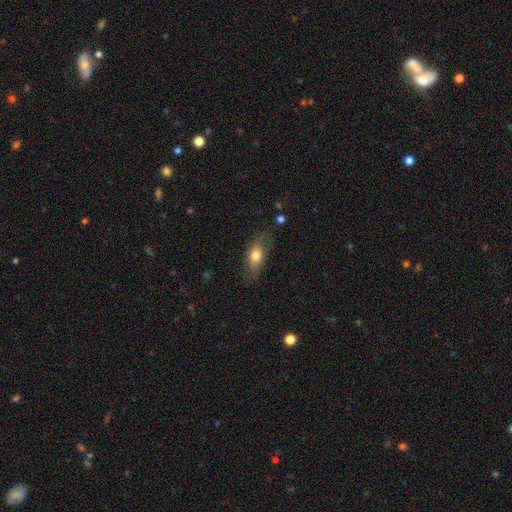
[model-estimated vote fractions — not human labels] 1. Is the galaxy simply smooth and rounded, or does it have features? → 67% smooth, 25% featured or disk, 8% star or artifact.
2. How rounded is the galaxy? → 74% in between, 18% cigar-shaped, 7% round.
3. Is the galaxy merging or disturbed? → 68% none, 22% minor disturbance, 8% major disturbance, 2% merger.